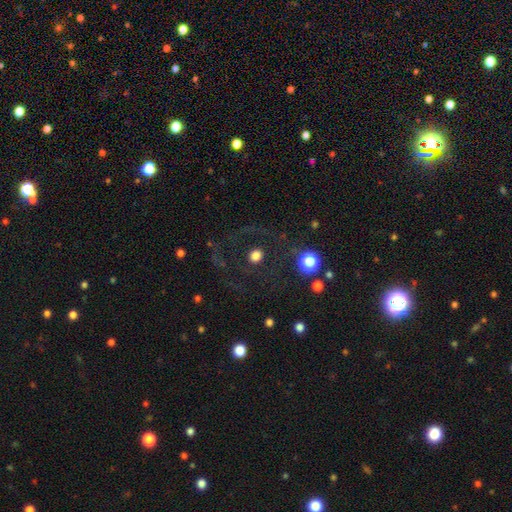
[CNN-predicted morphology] smooth_or_featured: smooth (p=0.66) [alt: star or artifact p=0.17]
how_rounded: round (p=0.85) [alt: in between p=0.14]
merging: none (p=0.79) [alt: major disturbance p=0.10]